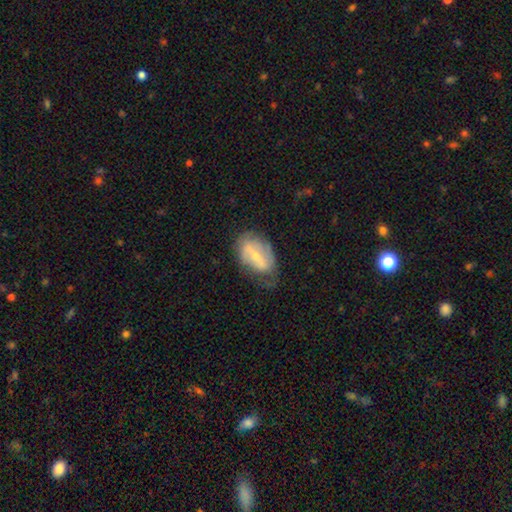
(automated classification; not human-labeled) featured or disk 56%, smooth 38%, star or artifact 7%. Down the decision tree: edge-on disk — no (93%); bar — weak (42%); spiral arms — yes (57%); bulge size — small (53%); merging — none (52%).